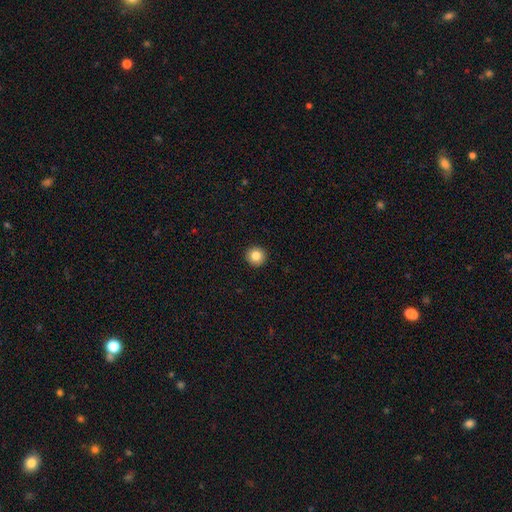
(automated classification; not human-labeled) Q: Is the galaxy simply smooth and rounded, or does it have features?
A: smooth — 84%.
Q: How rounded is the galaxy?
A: round — 95%.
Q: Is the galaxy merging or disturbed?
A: none — 93%.